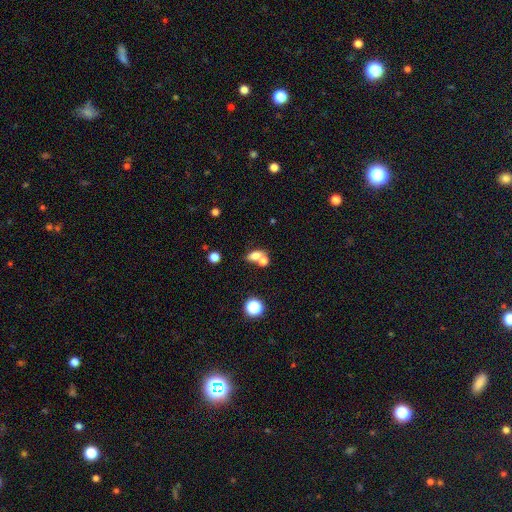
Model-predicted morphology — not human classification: Smooth or featured?
  - smooth: 72% *
  - featured or disk: 15%
  - star or artifact: 13%
How rounded?
  - in between: 71% *
  - round: 24%
  - cigar-shaped: 5%
Merging?
  - merger: 51% *
  - none: 35%
  - minor disturbance: 9%
  - major disturbance: 5%